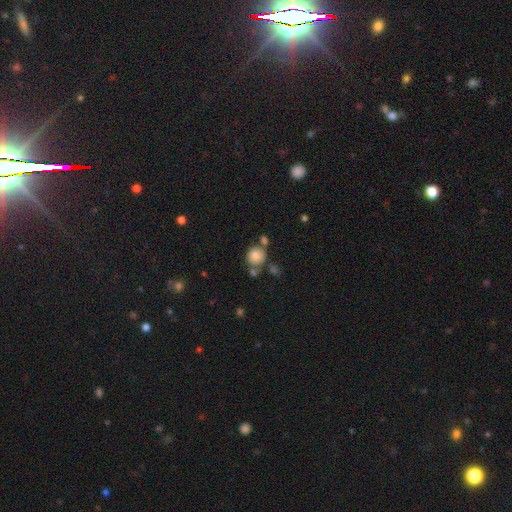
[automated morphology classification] A smooth galaxy with no disk features (81%) that is round (84%).

Vote fractions:
- Smooth or featured? smooth: 81% / star or artifact: 10% / featured or disk: 9%
- How rounded? round: 84% / in between: 15% / cigar-shaped: 1%
- Merging? none: 57% / merger: 22% / minor disturbance: 15% / major disturbance: 6%